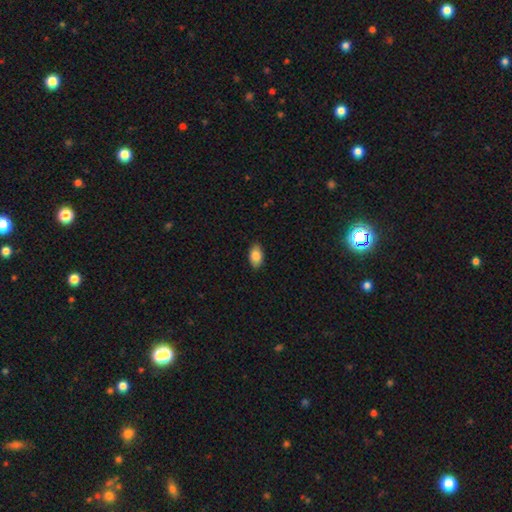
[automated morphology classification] Smooth or featured? Predicted: smooth (p=0.86). How rounded? Predicted: in between (p=0.93). Merging? Predicted: none (p=0.87).